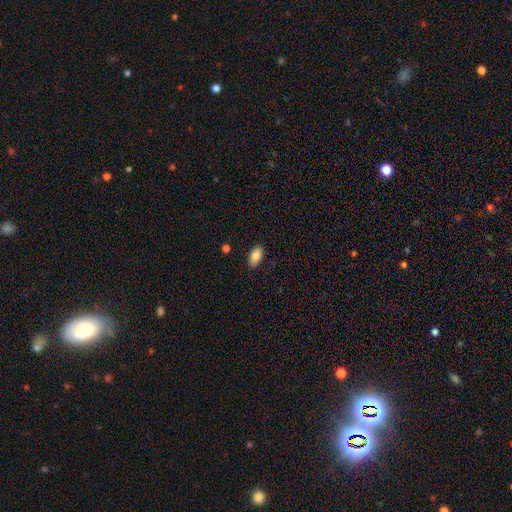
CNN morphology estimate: smooth 84%, featured or disk 8%, star or artifact 7%. Down the decision tree: how rounded — in between (93%); merging — none (87%).